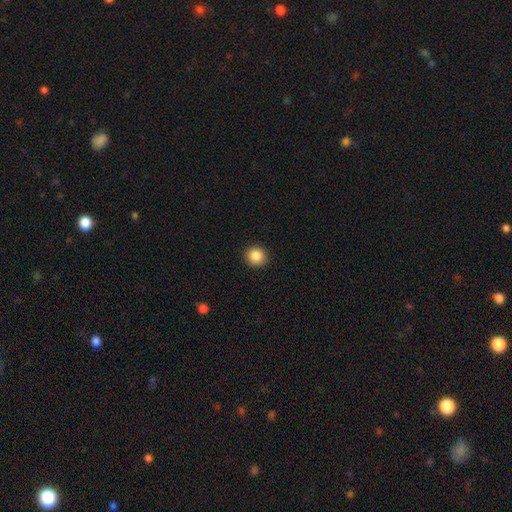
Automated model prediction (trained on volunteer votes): smooth_or_featured: smooth (p=0.87) [alt: star or artifact p=0.10]
how_rounded: round (p=0.93) [alt: in between p=0.06]
merging: none (p=0.93) [alt: minor disturbance p=0.05]